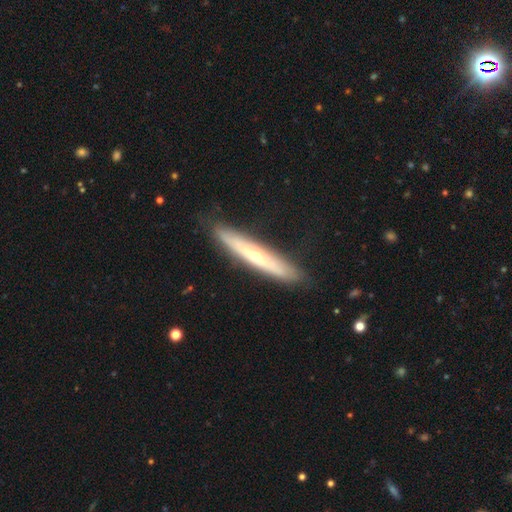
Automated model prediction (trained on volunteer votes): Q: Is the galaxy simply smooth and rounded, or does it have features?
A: featured or disk — 58%.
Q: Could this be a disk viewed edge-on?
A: yes — 80%.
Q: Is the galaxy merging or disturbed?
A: none — 87%.